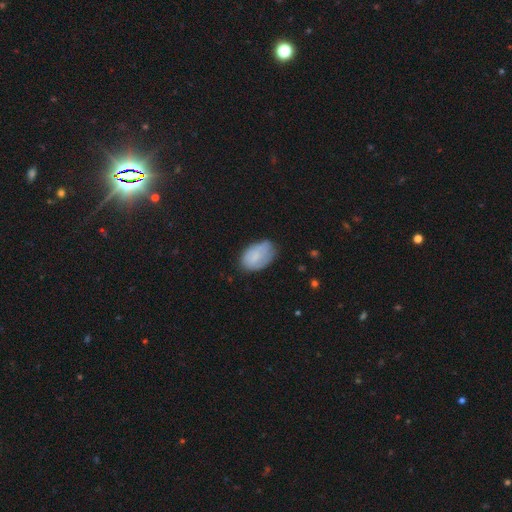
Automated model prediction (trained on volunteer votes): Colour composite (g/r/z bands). It shows a smooth galaxy with no disk features (73%) that is in between round and cigar-shaped (91%). Merging: none (55%).